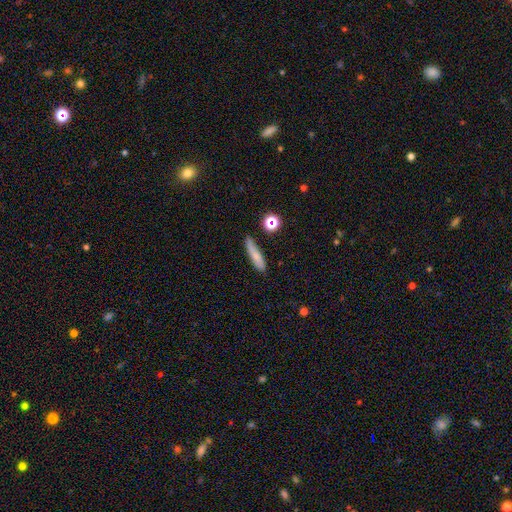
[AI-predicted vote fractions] Smooth or featured? smooth (70%)
How rounded? cigar-shaped (78%)
Merging? none (75%)